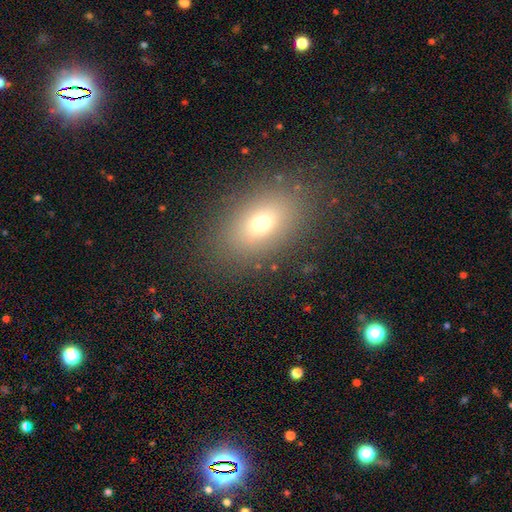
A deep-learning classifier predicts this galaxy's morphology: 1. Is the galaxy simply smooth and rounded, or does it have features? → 67% smooth, 18% star or artifact, 15% featured or disk.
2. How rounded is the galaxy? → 80% in between, 17% round, 3% cigar-shaped.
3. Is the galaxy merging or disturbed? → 86% none, 8% minor disturbance, 4% major disturbance, 1% merger.